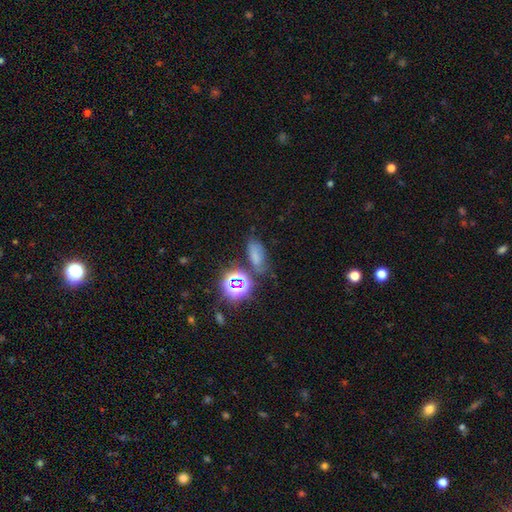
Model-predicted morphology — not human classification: smooth 55%, star or artifact 32%, featured or disk 13%. Down the decision tree: how rounded — in between (80%); merging — none (60%).